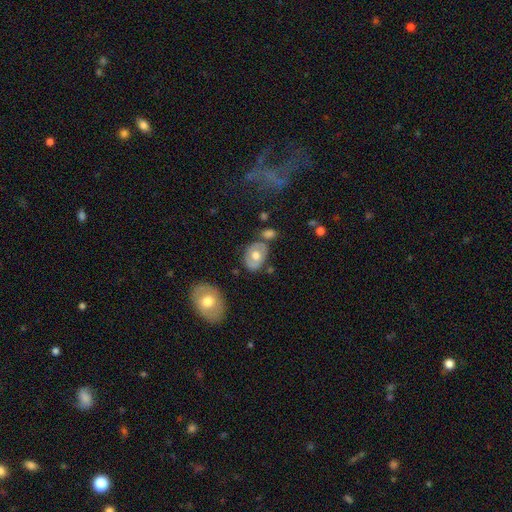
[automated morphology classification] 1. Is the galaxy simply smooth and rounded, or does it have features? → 55% smooth, 38% featured or disk, 7% star or artifact.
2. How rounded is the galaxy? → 74% in between, 24% round, 1% cigar-shaped.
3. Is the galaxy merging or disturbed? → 67% none, 17% minor disturbance, 11% merger, 5% major disturbance.